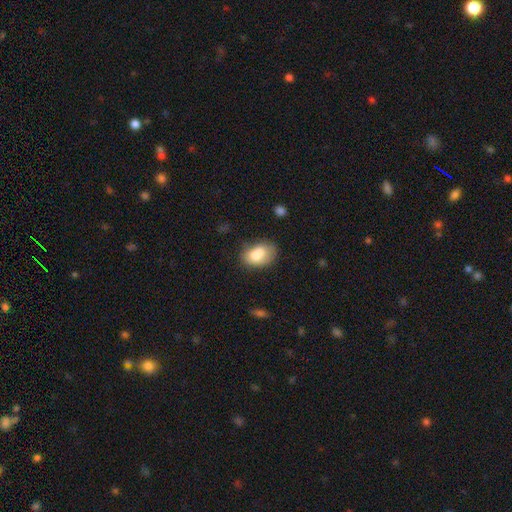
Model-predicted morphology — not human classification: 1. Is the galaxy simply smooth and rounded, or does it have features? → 72% smooth, 19% featured or disk, 8% star or artifact.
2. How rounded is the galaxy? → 81% in between, 18% round, 1% cigar-shaped.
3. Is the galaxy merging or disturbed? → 39% none, 32% merger, 21% minor disturbance, 8% major disturbance.